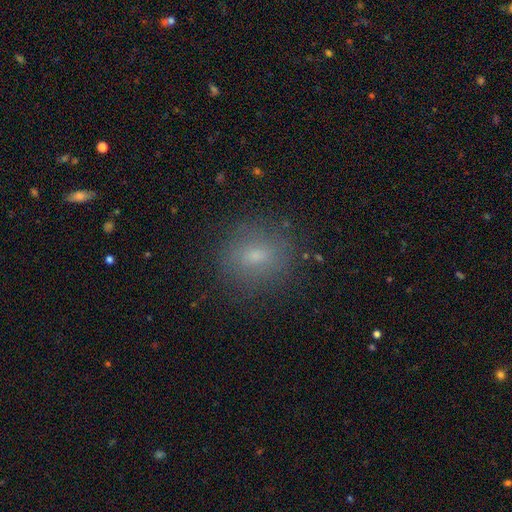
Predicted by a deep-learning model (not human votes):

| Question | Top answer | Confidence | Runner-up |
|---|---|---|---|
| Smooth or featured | smooth | 71% | featured or disk (15%) |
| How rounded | round | 66% | in between (32%) |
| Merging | none | 84% | minor disturbance (11%) |